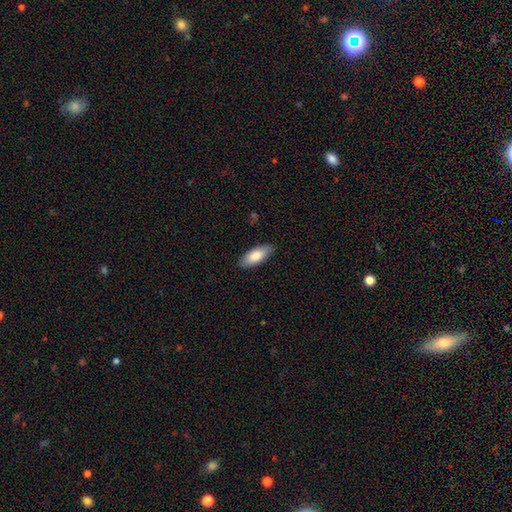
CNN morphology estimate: Smooth or featured? smooth (80%)
How rounded? in between (83%)
Merging? none (88%)